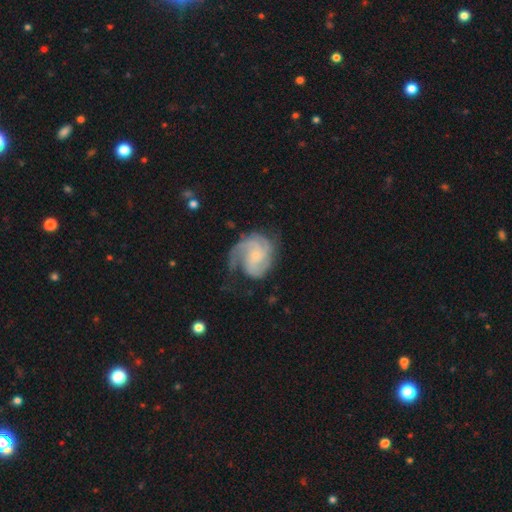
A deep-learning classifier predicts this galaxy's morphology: type=featured or disk (86%); edge-on=no (98%); bar=no (65%); spiral arms=yes (97%); winding=tight (47%); arm count=3 (31%); bulge=small (73%); merging=none (58%).